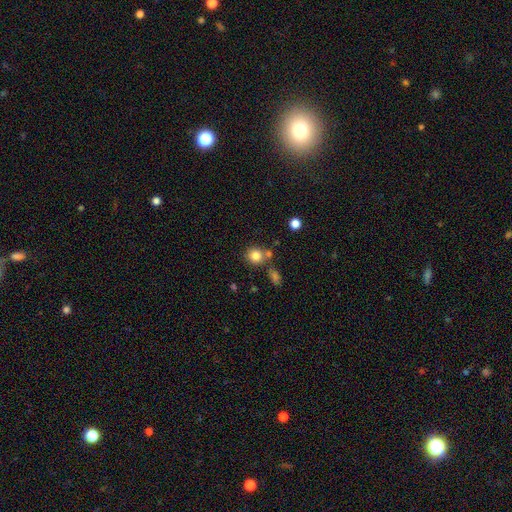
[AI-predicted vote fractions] Morphology: type=smooth (83%); roundness=round (85%); merging=none (65%).